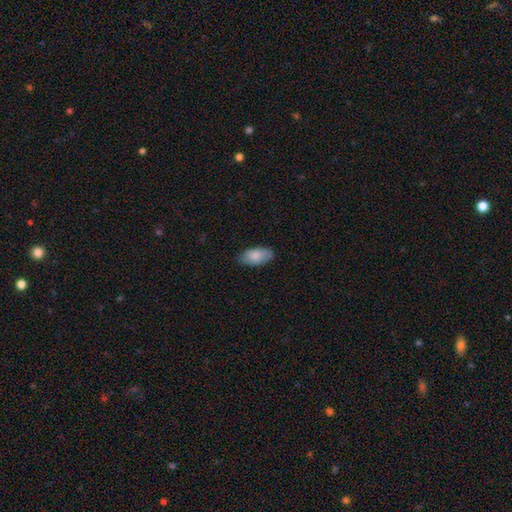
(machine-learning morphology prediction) Smooth or featured: smooth — 82% (featured or disk — 11%)
How rounded: in between — 94% (cigar-shaped — 3%)
Merging: none — 79% (minor disturbance — 17%)